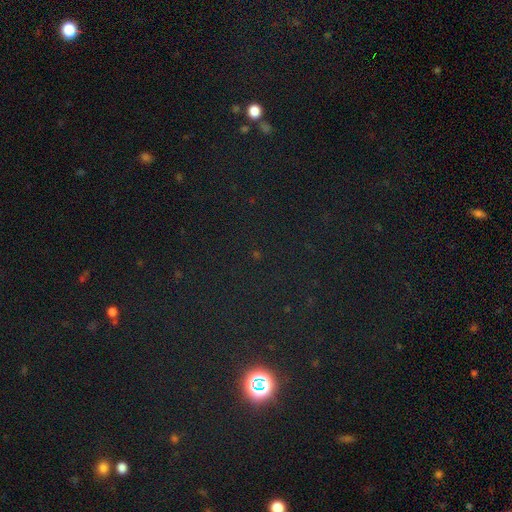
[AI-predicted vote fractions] Smooth or featured? Predicted: star or artifact (p=0.77).